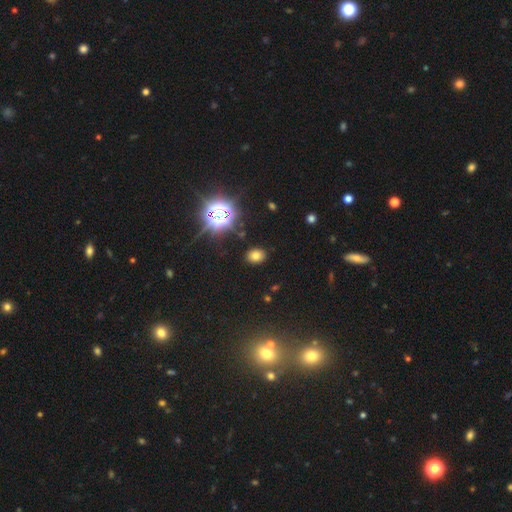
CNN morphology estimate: smooth-or-featured: smooth: 69% | star or artifact: 23% | featured or disk: 8%
  how-rounded: in between: 54% | round: 45% | cigar-shaped: 1%
  merging: none: 88% | minor disturbance: 8% | major disturbance: 3% | merger: 2%